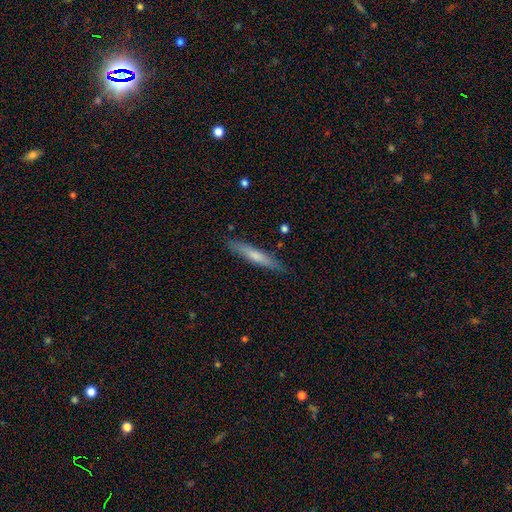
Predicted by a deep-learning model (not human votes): This is likely a smooth galaxy (60%). How rounded: clearly cigar-shaped (92%). Merging: clearly none (85%).